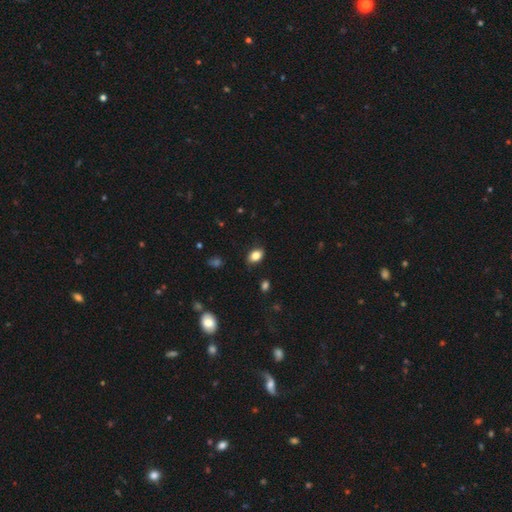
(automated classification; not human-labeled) Overall: smooth (83%). How rounded: in between (83%). Merging: none (85%).